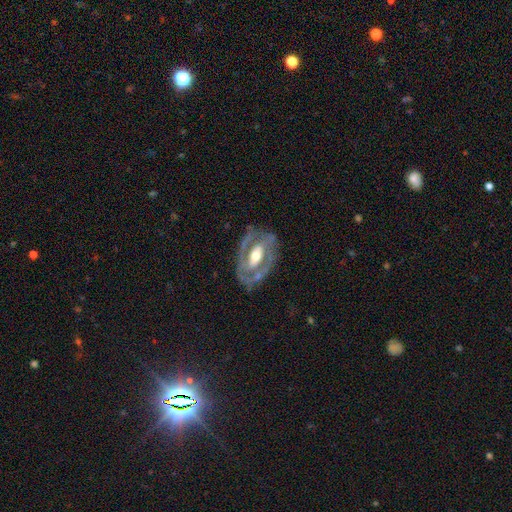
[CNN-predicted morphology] smooth-or-featured: featured or disk: 81% | smooth: 15% | star or artifact: 5%
  disk-edge-on: no: 93% | yes: 7%
    bar: no: 37% | strong: 33% | weak: 30%
    has-spiral-arms: yes: 64% | no: 36%
    bulge-size: moderate: 65% | large: 20% | small: 12% | dominant: 2% | none: 1%
  merging: none: 71% | minor disturbance: 18% | major disturbance: 9% | merger: 2%